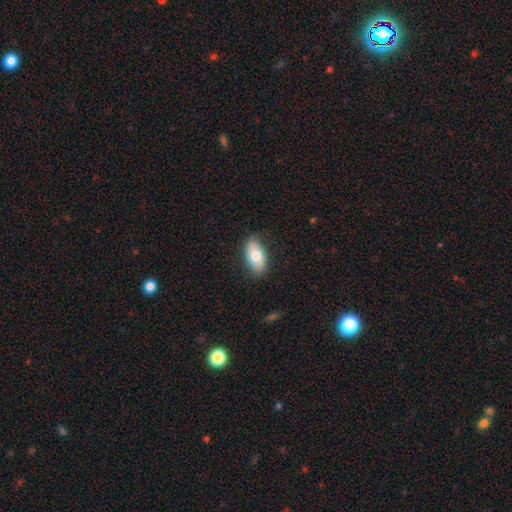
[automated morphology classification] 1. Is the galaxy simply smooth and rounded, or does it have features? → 73% smooth, 21% featured or disk, 6% star or artifact.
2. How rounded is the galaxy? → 93% in between, 4% round, 3% cigar-shaped.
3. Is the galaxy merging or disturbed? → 83% none, 13% minor disturbance, 3% major disturbance, 1% merger.